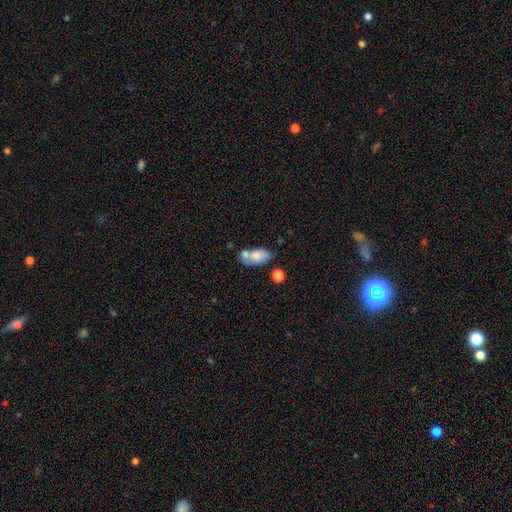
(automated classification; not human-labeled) smooth 73%, featured or disk 19%, star or artifact 8%. Down the decision tree: how rounded — in between (91%); merging — none (39%).